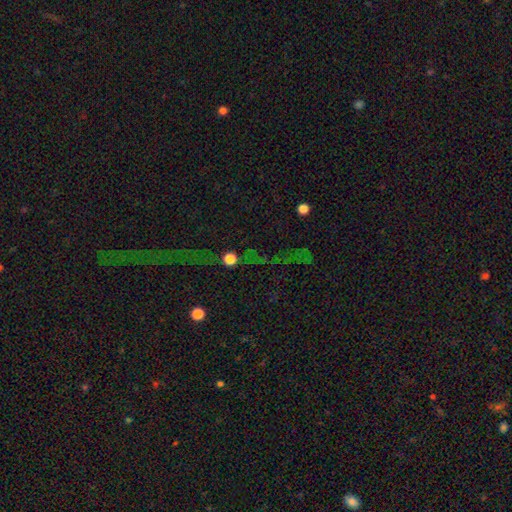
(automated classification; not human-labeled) Smooth or featured? star or artifact (75%)